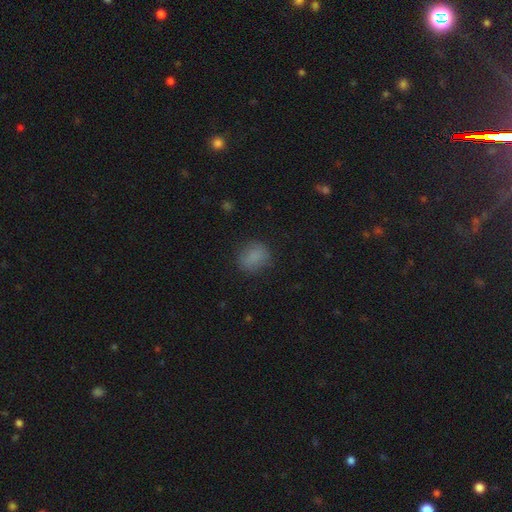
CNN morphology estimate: Q: Smooth or featured?
A: smooth (83%); runner-up: star or artifact (11%)
Q: How rounded?
A: round (65%); runner-up: in between (34%)
Q: Merging?
A: none (79%); runner-up: minor disturbance (15%)